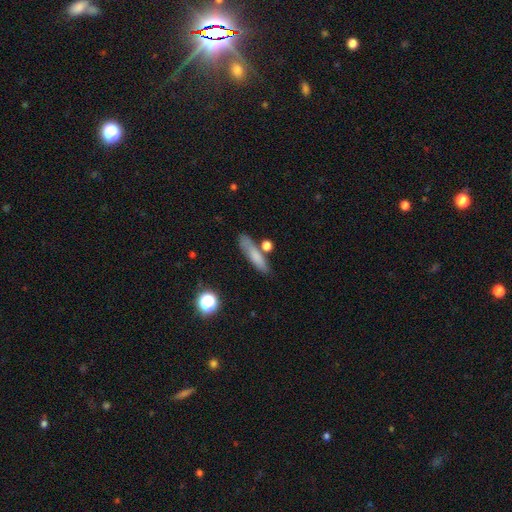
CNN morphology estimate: Overall: smooth (73%). How rounded: cigar-shaped (72%). Merging: none (71%).